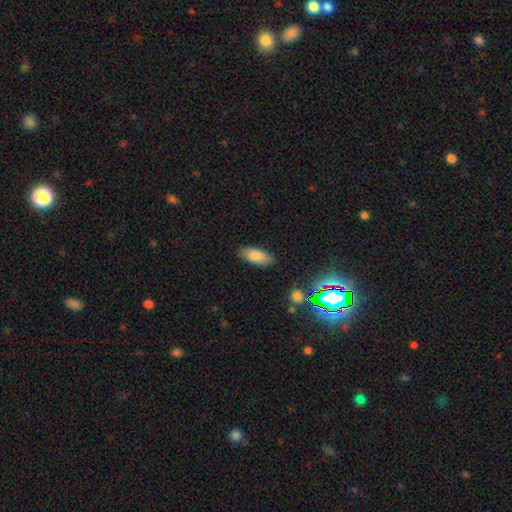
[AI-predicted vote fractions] Smooth or featured? smooth (83%)
How rounded? in between (81%)
Merging? none (85%)